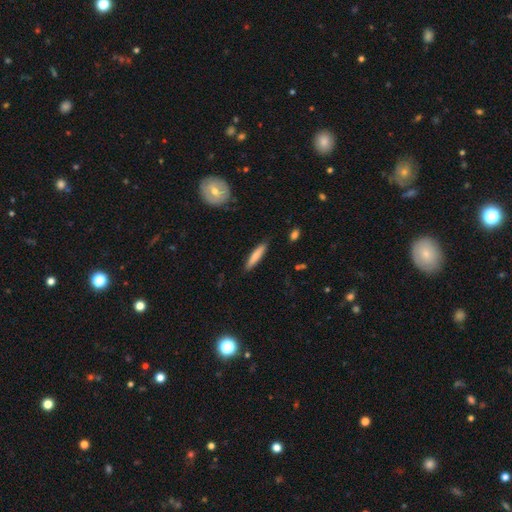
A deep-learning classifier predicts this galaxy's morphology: Smooth or featured?
  - smooth: 76% *
  - featured or disk: 18%
  - star or artifact: 6%
How rounded?
  - cigar-shaped: 87% *
  - in between: 12%
  - round: 1%
Merging?
  - none: 88% *
  - minor disturbance: 9%
  - major disturbance: 2%
  - merger: 1%